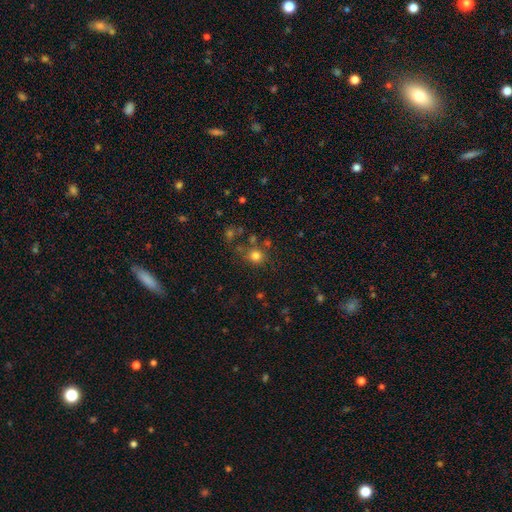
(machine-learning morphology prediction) type=smooth (77%); roundness=round (85%); merging=none (69%).